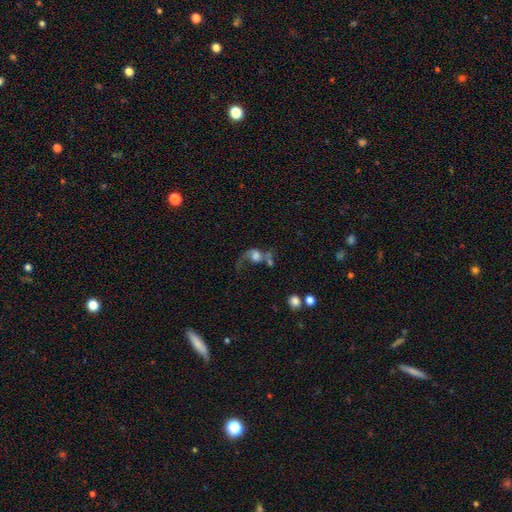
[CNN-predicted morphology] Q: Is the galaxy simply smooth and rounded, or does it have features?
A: featured or disk — 49%.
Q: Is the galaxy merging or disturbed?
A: major disturbance — 38%.